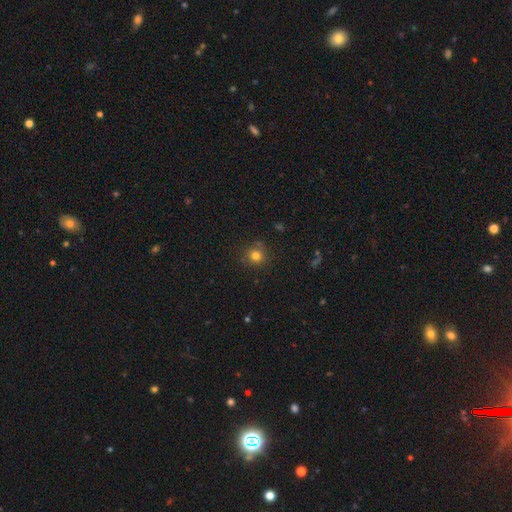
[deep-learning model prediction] Smooth or featured? Predicted: smooth (p=0.79). How rounded? Predicted: round (p=0.90). Merging? Predicted: none (p=0.80).